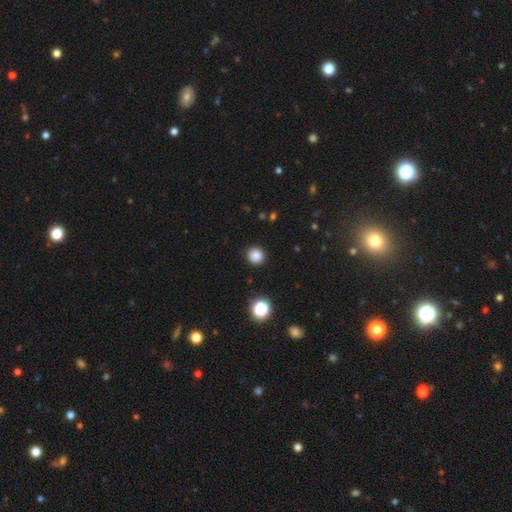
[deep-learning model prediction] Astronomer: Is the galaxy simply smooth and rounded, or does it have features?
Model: smooth — 84%.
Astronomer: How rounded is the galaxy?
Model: round — 94%.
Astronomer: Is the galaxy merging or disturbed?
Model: none — 91%.